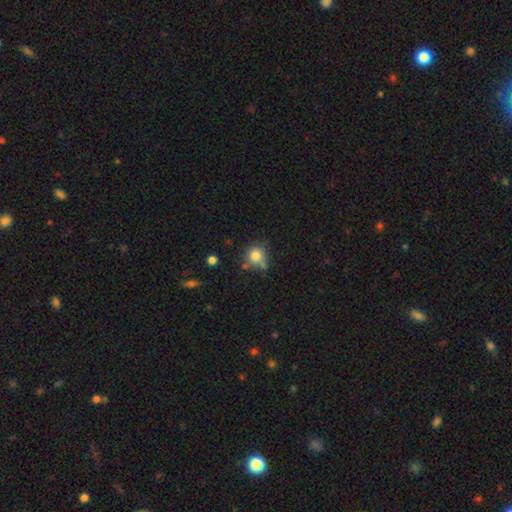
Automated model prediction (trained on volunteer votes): smooth-or-featured: smooth: 79% | star or artifact: 11% | featured or disk: 9%
  how-rounded: round: 88% | in between: 11% | cigar-shaped: 1%
  merging: none: 62% | minor disturbance: 19% | merger: 14% | major disturbance: 6%